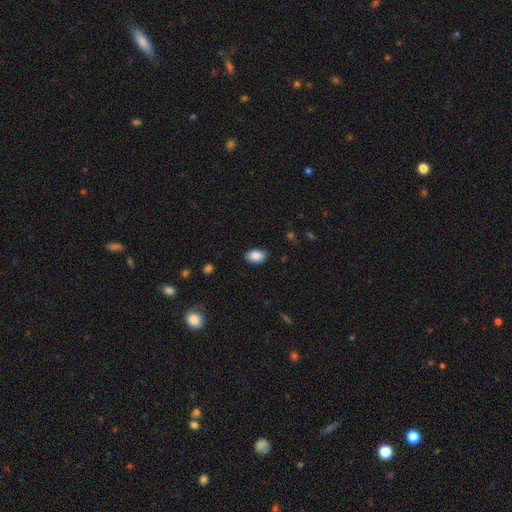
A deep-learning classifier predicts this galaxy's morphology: A smooth galaxy with no disk features (88%) that is in between round and cigar-shaped (87%). Merging: none (88%).